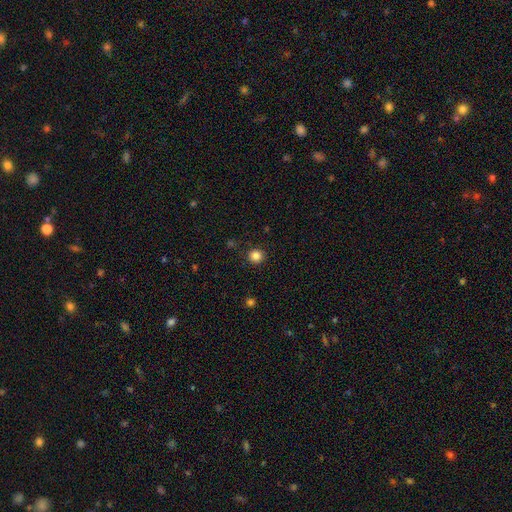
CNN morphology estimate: Smooth or featured? Predicted: smooth (p=0.84). How rounded? Predicted: round (p=0.93). Merging? Predicted: none (p=0.90).